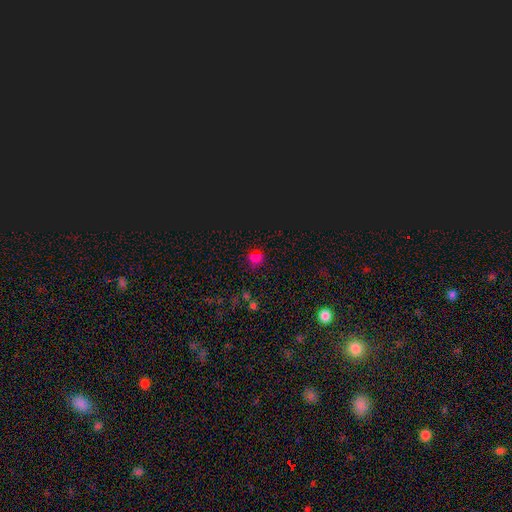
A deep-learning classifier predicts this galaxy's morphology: This appears to be a smooth galaxy with no disk features (62%) that is round (80%). Merging: none (81%).